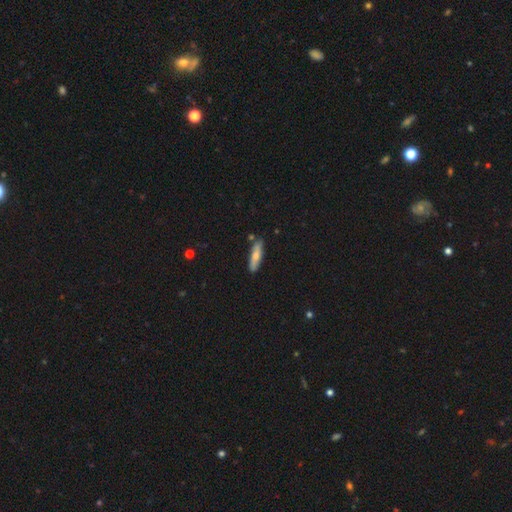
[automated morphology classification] Smooth or featured? Predicted: smooth (p=0.69). How rounded? Predicted: cigar-shaped (p=0.74). Merging? Predicted: none (p=0.82).